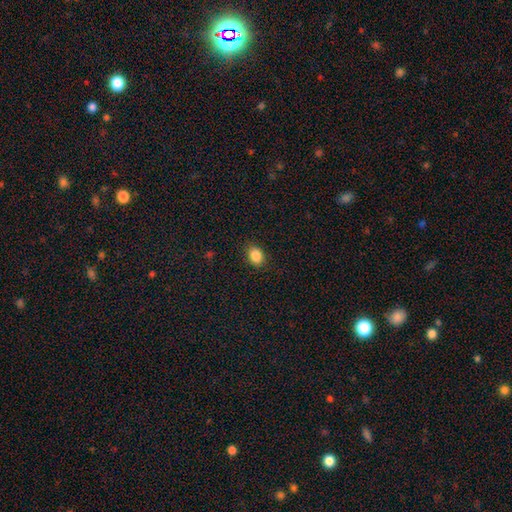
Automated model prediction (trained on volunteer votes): smooth 86%, star or artifact 9%, featured or disk 4%. Down the decision tree: how rounded — in between (62%); merging — none (88%).